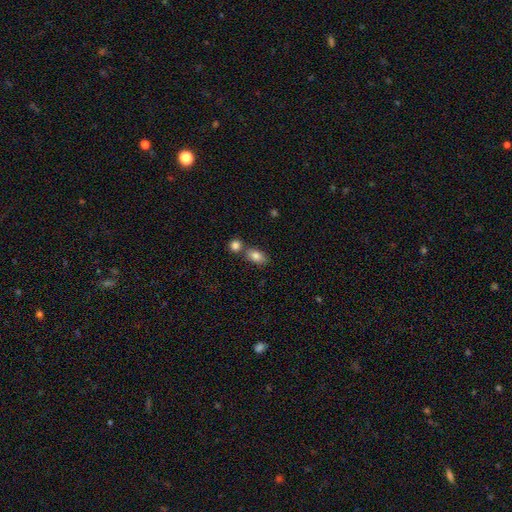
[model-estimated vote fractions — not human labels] Smooth or featured: smooth — 84% (star or artifact — 8%)
How rounded: in between — 86% (round — 11%)
Merging: none — 55% (merger — 31%)